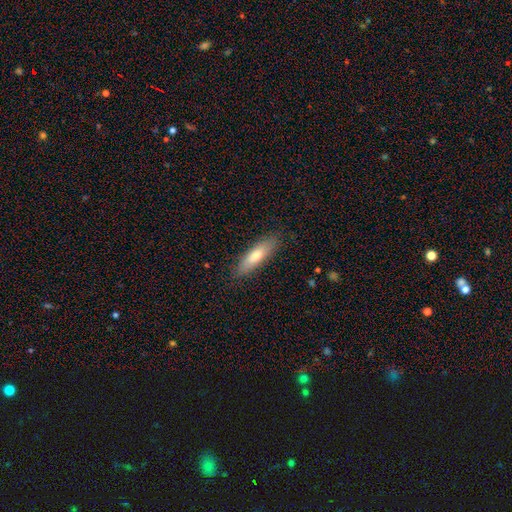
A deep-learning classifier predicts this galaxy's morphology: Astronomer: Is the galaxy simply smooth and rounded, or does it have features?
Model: smooth — 72%.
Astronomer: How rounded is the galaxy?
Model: cigar-shaped — 61% (runner-up: in between, 38%).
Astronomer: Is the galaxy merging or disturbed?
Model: none — 86%.